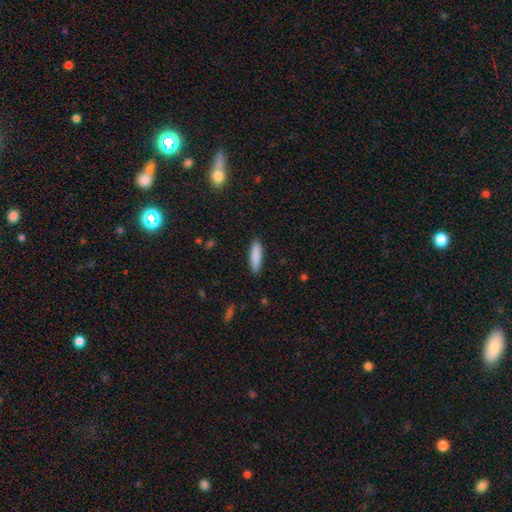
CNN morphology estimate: Smooth or featured: smooth — 87% (featured or disk — 7%)
How rounded: cigar-shaped — 68% (in between — 30%)
Merging: none — 89% (minor disturbance — 8%)